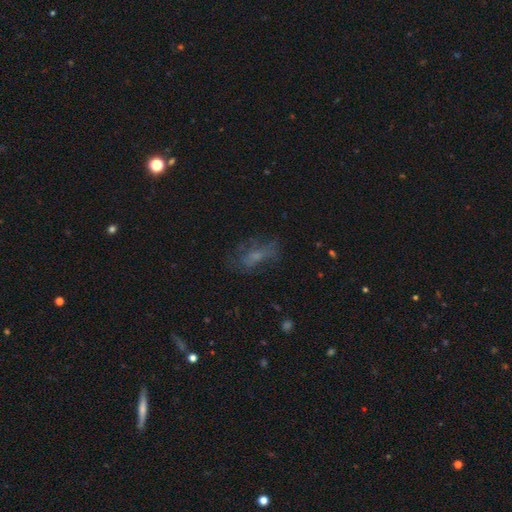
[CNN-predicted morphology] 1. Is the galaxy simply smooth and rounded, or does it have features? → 43% smooth, 37% featured or disk, 20% star or artifact.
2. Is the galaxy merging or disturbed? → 56% none, 21% minor disturbance, 20% major disturbance, 2% merger.